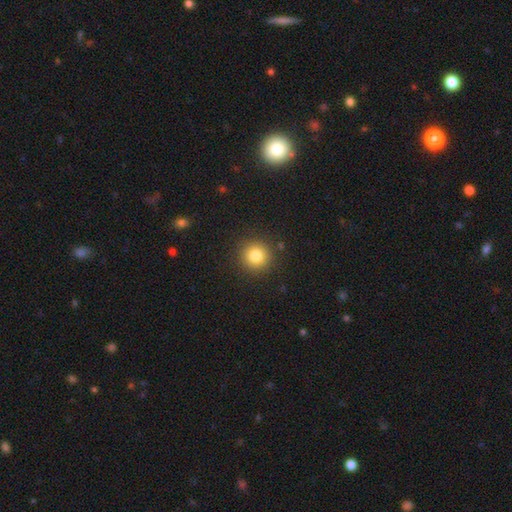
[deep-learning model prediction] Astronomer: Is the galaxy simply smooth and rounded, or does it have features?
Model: smooth — 82%.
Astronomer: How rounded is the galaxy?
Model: round — 94%.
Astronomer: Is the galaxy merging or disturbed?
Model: none — 89%.